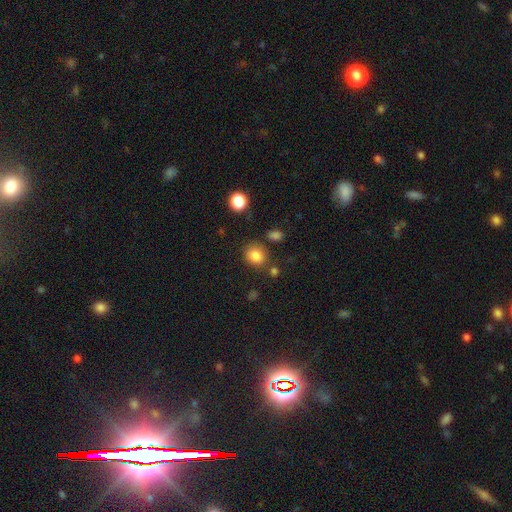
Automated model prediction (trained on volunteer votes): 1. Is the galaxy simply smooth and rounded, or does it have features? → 83% smooth, 11% star or artifact, 6% featured or disk.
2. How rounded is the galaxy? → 72% round, 28% in between, 1% cigar-shaped.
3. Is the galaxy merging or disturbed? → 78% none, 12% minor disturbance, 6% merger, 4% major disturbance.